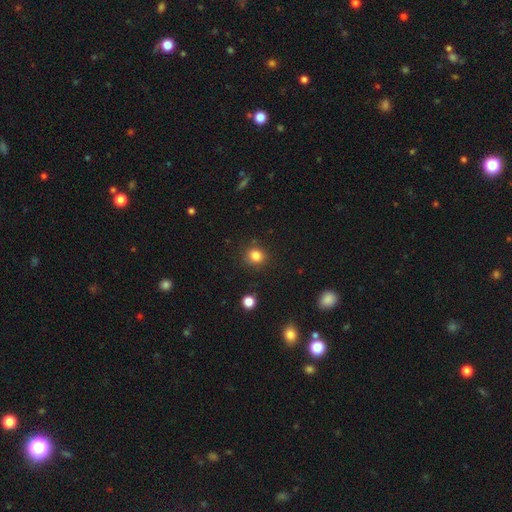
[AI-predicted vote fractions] A smooth galaxy with no disk features (83%) that is round (84%). Merging: none (87%).